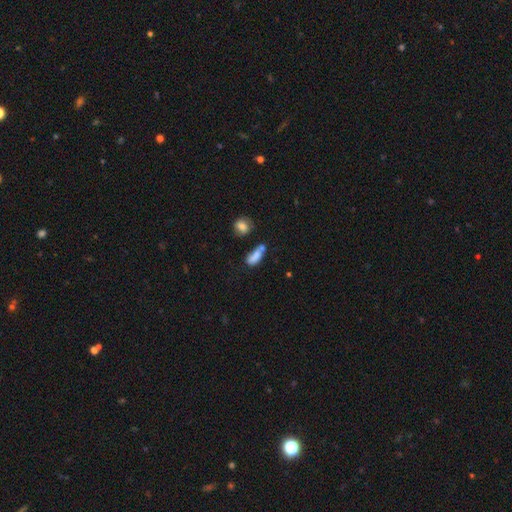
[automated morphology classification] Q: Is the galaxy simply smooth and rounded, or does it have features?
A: smooth — 77%.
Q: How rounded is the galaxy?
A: in between — 75%.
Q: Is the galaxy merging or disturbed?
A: none — 36%.